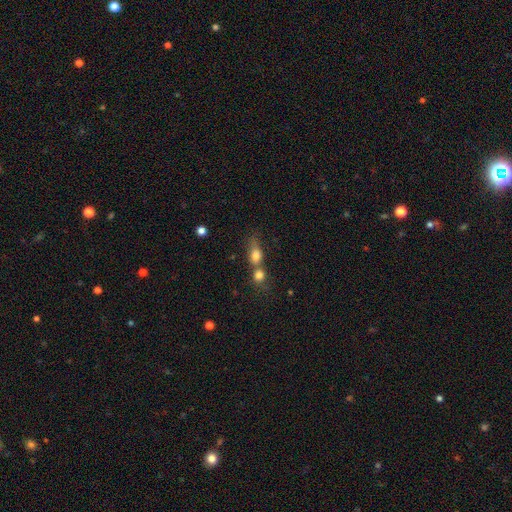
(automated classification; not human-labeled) Smooth or featured? smooth (75%)
How rounded? in between (49%)
Merging? merger (61%)